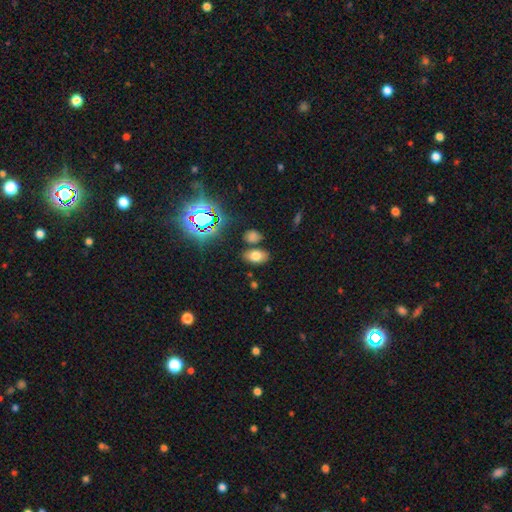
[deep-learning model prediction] Overall: smooth (71%). How rounded: in between (88%). Merging: none (76%).